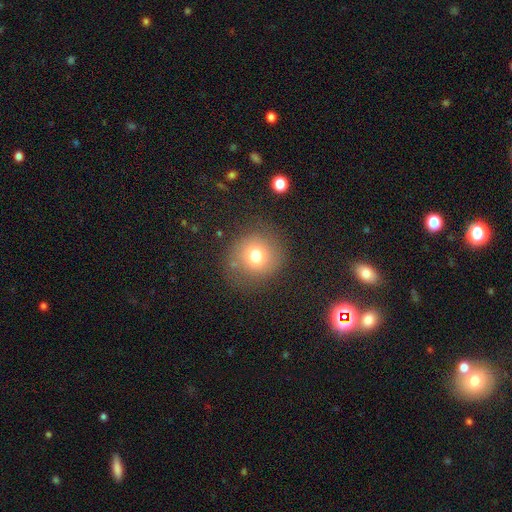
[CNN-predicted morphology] smooth_or_featured: smooth (p=0.72) [alt: featured or disk p=0.14]
how_rounded: round (p=0.89) [alt: in between p=0.10]
merging: none (p=0.78) [alt: minor disturbance p=0.13]